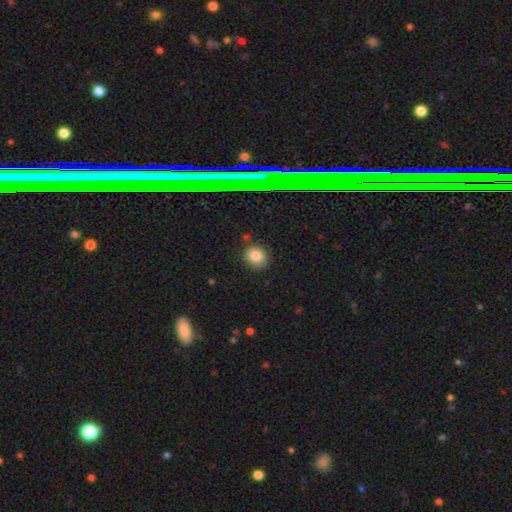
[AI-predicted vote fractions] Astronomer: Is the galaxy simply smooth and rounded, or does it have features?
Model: smooth — 80%.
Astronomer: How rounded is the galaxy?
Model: round — 71%.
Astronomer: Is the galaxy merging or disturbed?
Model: none — 84%.